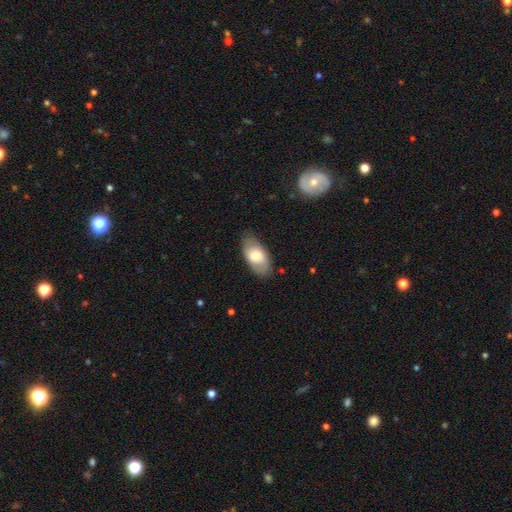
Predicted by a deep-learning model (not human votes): Smooth or featured?
  - smooth: 63% *
  - featured or disk: 31%
  - star or artifact: 6%
How rounded?
  - in between: 93% *
  - round: 4%
  - cigar-shaped: 2%
Merging?
  - none: 80% *
  - minor disturbance: 15%
  - major disturbance: 4%
  - merger: 1%